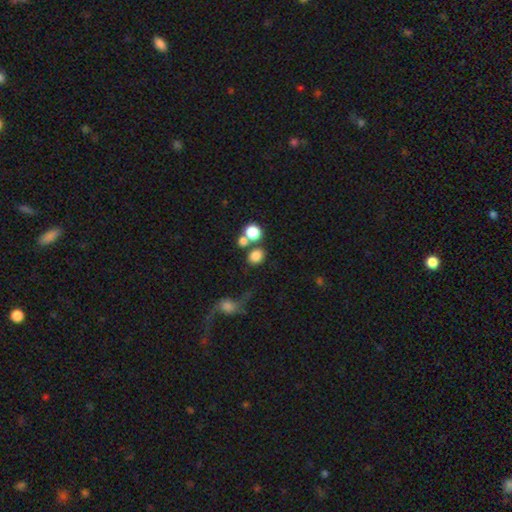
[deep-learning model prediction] Smooth or featured? Predicted: smooth (p=0.80). How rounded? Predicted: round (p=0.68). Merging? Predicted: none (p=0.56).